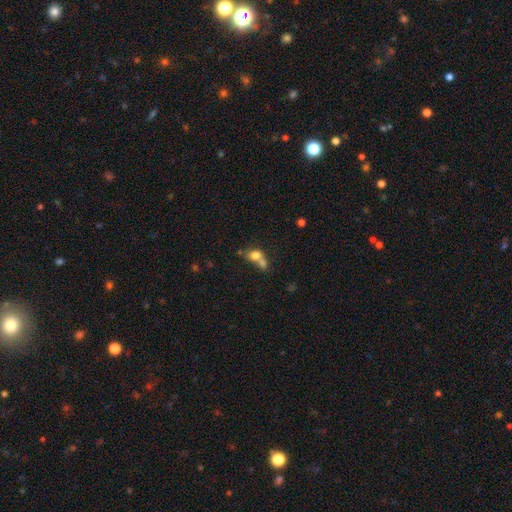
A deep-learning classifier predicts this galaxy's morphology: Smooth or featured: smooth — 74% (featured or disk — 15%)
How rounded: round — 53% (in between — 45%)
Merging: merger — 64% (none — 23%)